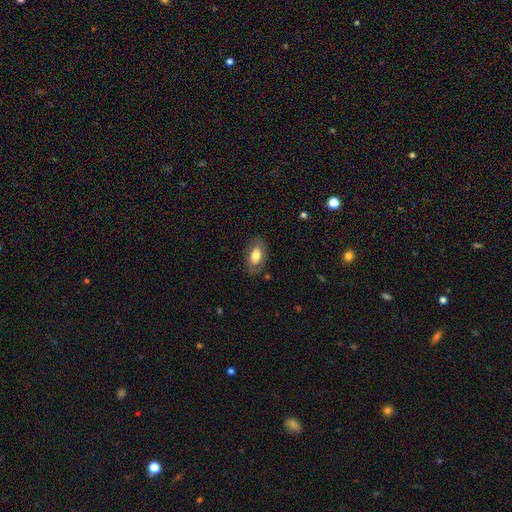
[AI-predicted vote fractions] smooth-or-featured: smooth: 70% | featured or disk: 23% | star or artifact: 7%
  how-rounded: in between: 91% | round: 8% | cigar-shaped: 2%
  merging: none: 80% | minor disturbance: 14% | major disturbance: 5% | merger: 1%